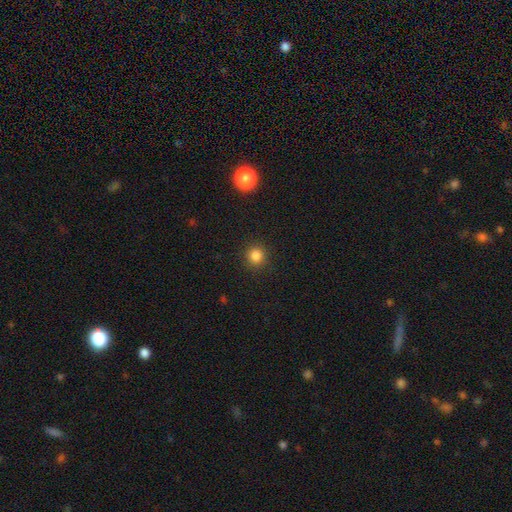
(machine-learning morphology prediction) Smooth or featured? Predicted: smooth (p=0.83). How rounded? Predicted: round (p=0.91). Merging? Predicted: none (p=0.91).